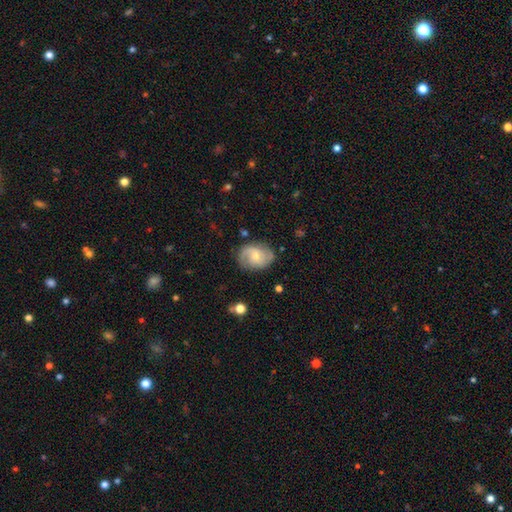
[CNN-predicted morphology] Q: Smooth or featured?
A: featured or disk (69%); runner-up: smooth (25%)
Q: Edge-on disk?
A: no (97%); runner-up: yes (3%)
Q: Bar?
A: no (59%); runner-up: weak (35%)
Q: Spiral arms?
A: yes (92%); runner-up: no (8%)
Q: Spiral winding?
A: medium (46%); runner-up: loose (28%)
Q: Spiral arm count?
A: 2 (81%); runner-up: can't tell (9%)
Q: Bulge size?
A: small (52%); runner-up: moderate (41%)
Q: Merging?
A: none (75%); runner-up: minor disturbance (18%)